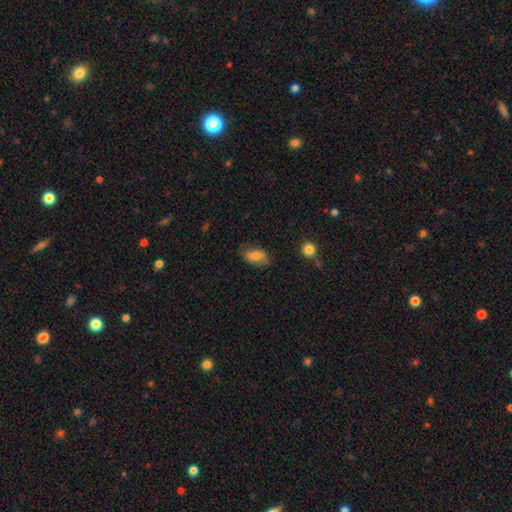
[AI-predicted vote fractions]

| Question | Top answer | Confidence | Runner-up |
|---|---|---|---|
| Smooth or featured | smooth | 70% | featured or disk (22%) |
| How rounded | in between | 88% | round (7%) |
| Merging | none | 70% | minor disturbance (22%) |